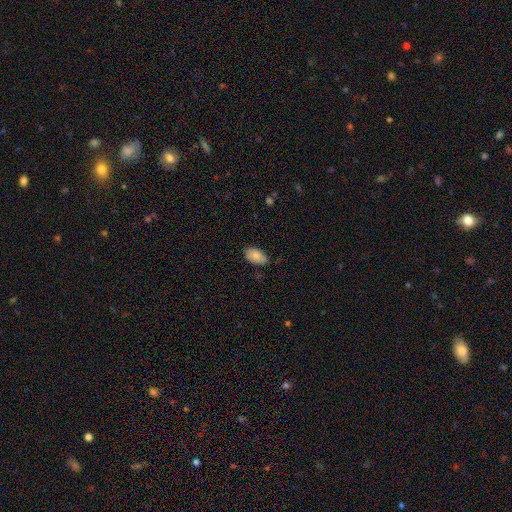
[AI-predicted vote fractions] Overall: smooth (81%). How rounded: in between (92%). Merging: none (72%).